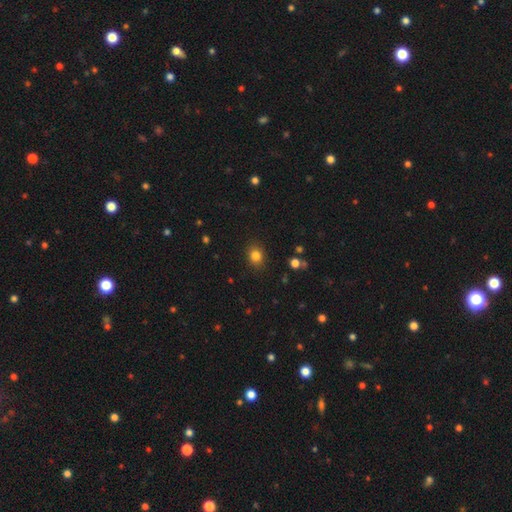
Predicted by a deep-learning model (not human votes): smooth 83%, star or artifact 12%, featured or disk 5%. Down the decision tree: how rounded — round (56%); merging — none (87%).